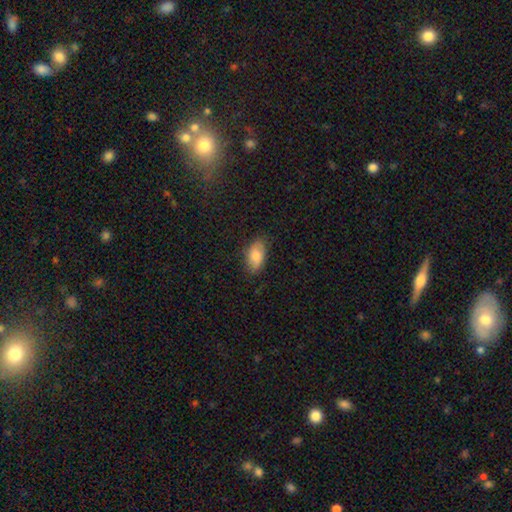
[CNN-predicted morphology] type=smooth (79%); roundness=in between (92%); merging=none (81%).